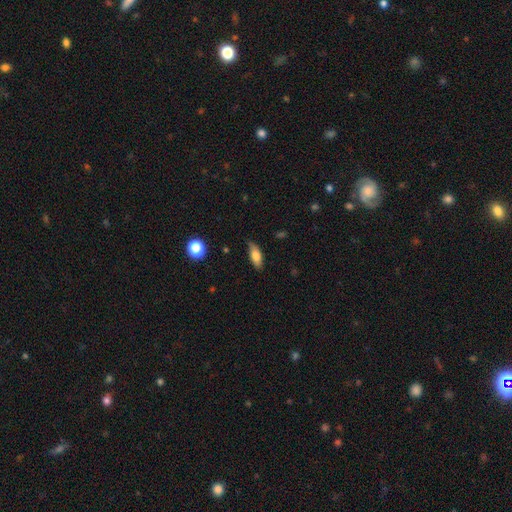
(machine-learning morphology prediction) Smooth or featured? Predicted: smooth (p=0.75). How rounded? Predicted: in between (p=0.76). Merging? Predicted: none (p=0.73).